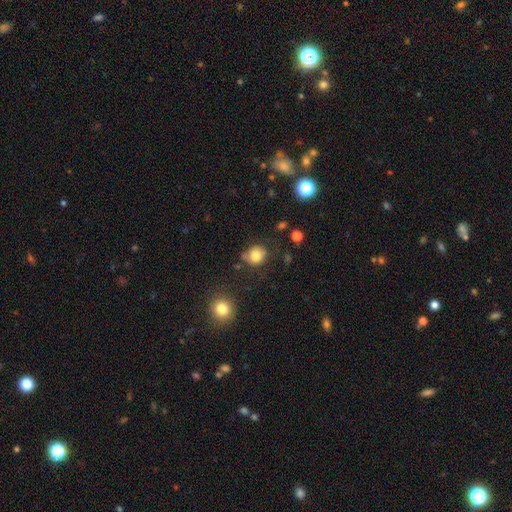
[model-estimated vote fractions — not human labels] Smooth or featured?
  - smooth: 80% *
  - star or artifact: 11%
  - featured or disk: 9%
How rounded?
  - round: 76% *
  - in between: 23%
  - cigar-shaped: 1%
Merging?
  - none: 68% *
  - minor disturbance: 20%
  - major disturbance: 6%
  - merger: 6%